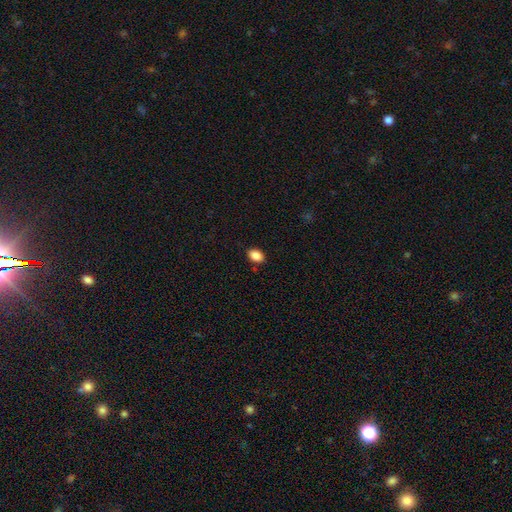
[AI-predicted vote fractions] Smooth or featured: smooth — 89% (star or artifact — 8%)
How rounded: in between — 82% (round — 17%)
Merging: none — 87% (minor disturbance — 10%)